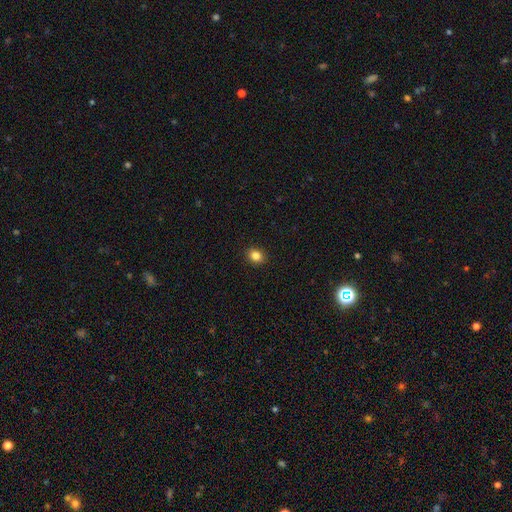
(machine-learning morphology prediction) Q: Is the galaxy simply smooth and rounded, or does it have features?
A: smooth — 83%.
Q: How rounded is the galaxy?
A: round — 63%.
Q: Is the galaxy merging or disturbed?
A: none — 92%.